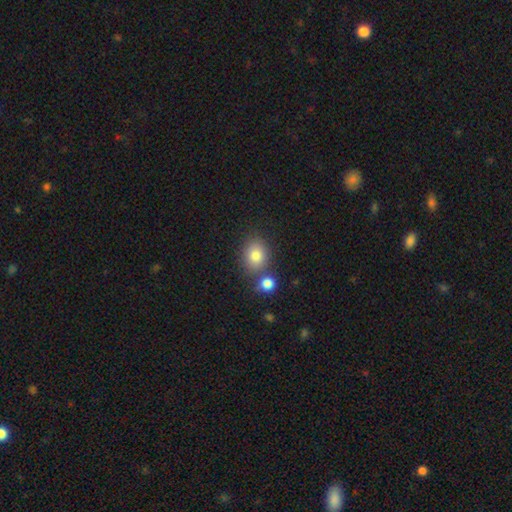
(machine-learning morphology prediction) smooth 81%, star or artifact 11%, featured or disk 8%. Down the decision tree: how rounded — round (59%); merging — none (64%).